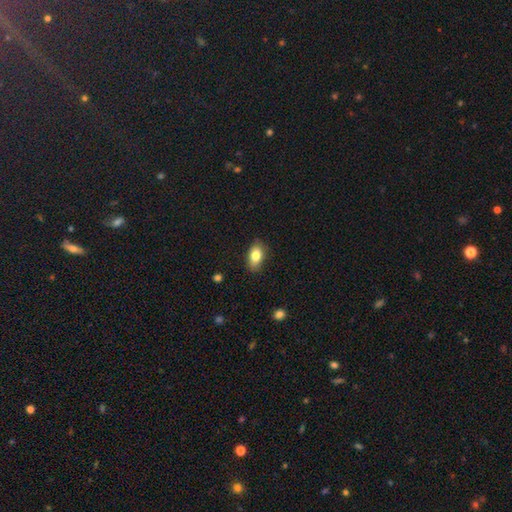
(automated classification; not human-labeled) smooth-or-featured: smooth: 82% | featured or disk: 10% | star or artifact: 8%
  how-rounded: in between: 88% | round: 10% | cigar-shaped: 3%
  merging: none: 82% | minor disturbance: 14% | major disturbance: 3% | merger: 1%